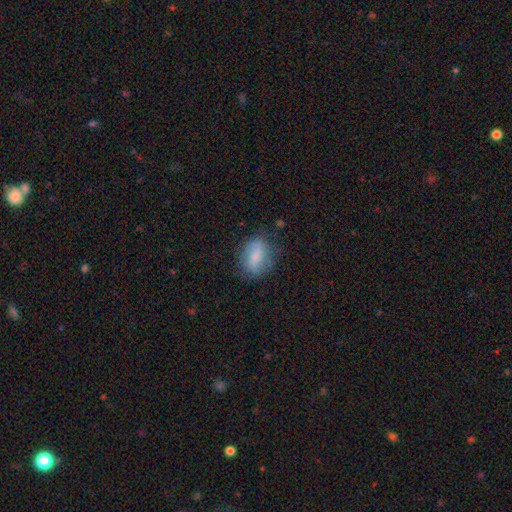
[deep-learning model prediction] This appears to be a smooth galaxy with no disk features (71%) that is in between round and cigar-shaped (72%). Merging: none (69%).